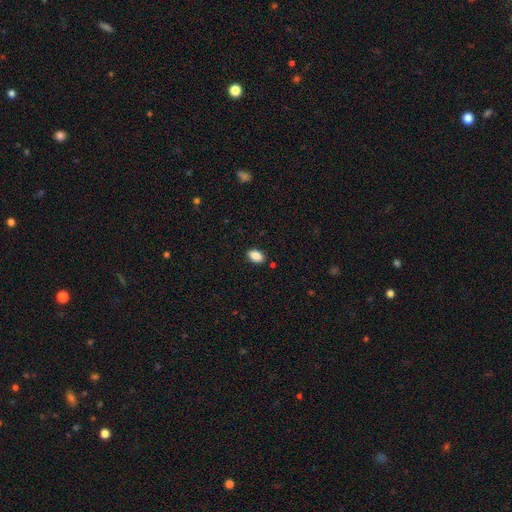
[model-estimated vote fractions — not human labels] smooth 87%, star or artifact 8%, featured or disk 5%. Down the decision tree: how rounded — in between (89%); merging — none (87%).